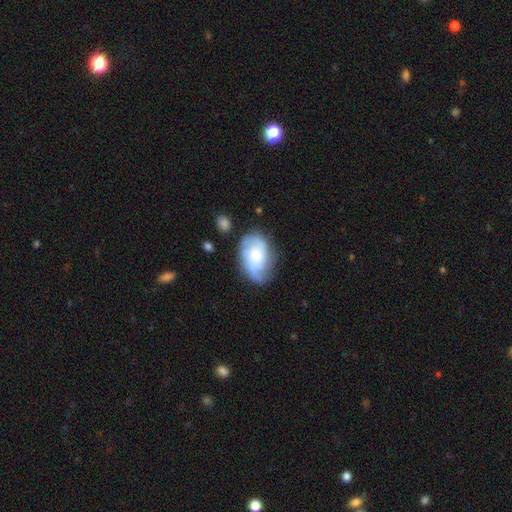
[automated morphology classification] type=featured or disk (56%); edge-on=no (97%); bar=no (68%); spiral arms=yes (84%); bulge=moderate (40%); merging=none (56%).